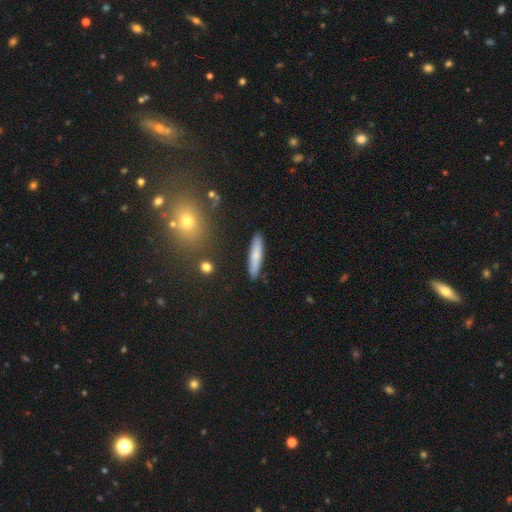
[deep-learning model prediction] Smooth or featured: smooth — 72% (featured or disk — 21%)
How rounded: cigar-shaped — 86% (in between — 12%)
Merging: none — 89% (minor disturbance — 7%)